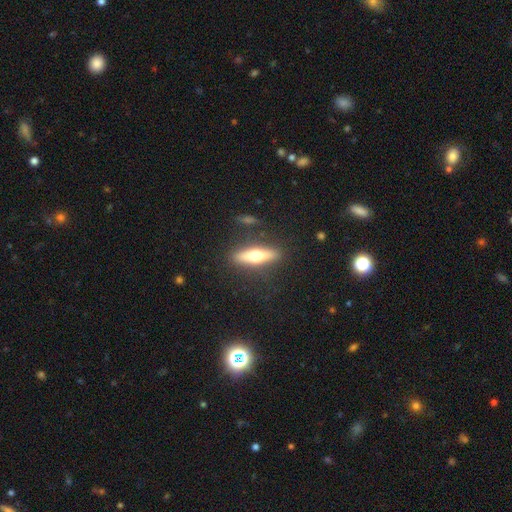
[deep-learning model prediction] Q: Smooth or featured?
A: featured or disk (51%); runner-up: smooth (43%)
Q: Edge-on disk?
A: yes (90%); runner-up: no (10%)
Q: Merging?
A: none (86%); runner-up: minor disturbance (9%)